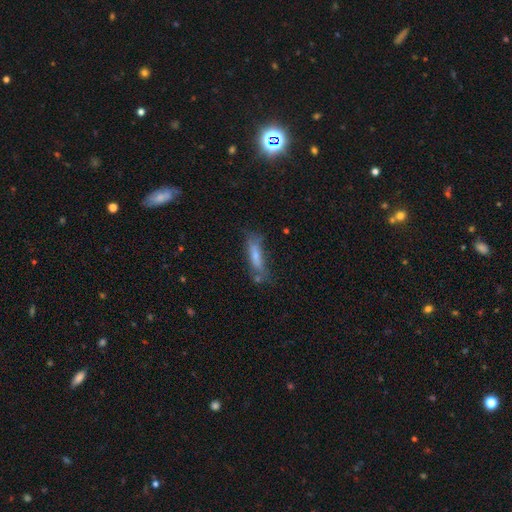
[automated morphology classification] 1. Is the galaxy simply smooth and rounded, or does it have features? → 60% smooth, 32% featured or disk, 9% star or artifact.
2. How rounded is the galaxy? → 68% cigar-shaped, 30% in between, 2% round.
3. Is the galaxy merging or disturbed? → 52% none, 26% minor disturbance, 14% major disturbance, 8% merger.